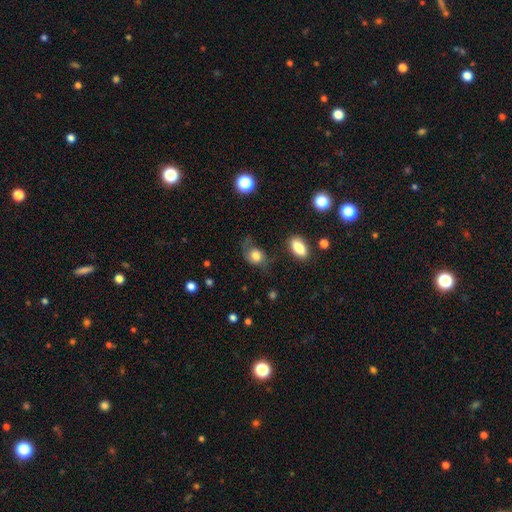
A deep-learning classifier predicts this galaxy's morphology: type=smooth (74%); roundness=in between (52%); merging=none (43%).